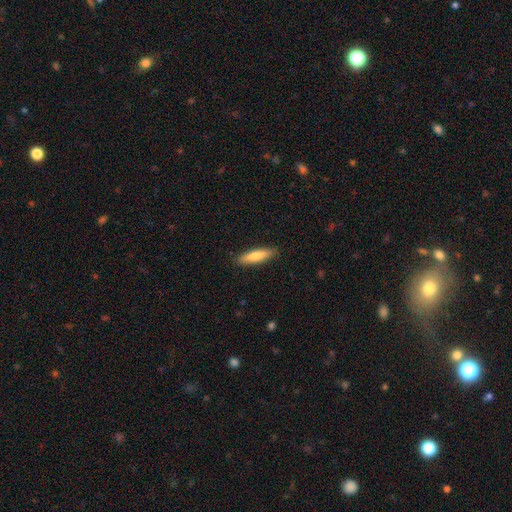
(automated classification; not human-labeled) The model was most divided on "how rounded": cigar-shaped: 73%, in between: 25%, round: 2%. More confident: merging — none (89%); smooth or featured — smooth (74%).